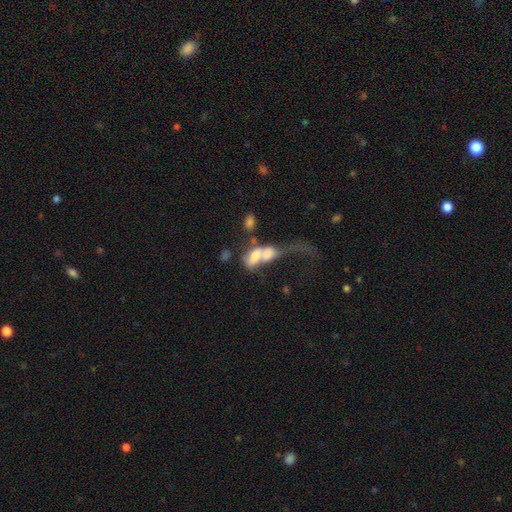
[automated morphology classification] Smooth or featured: smooth — 57% (featured or disk — 33%)
How rounded: in between — 81% (round — 10%)
Merging: merger — 68% (major disturbance — 18%)